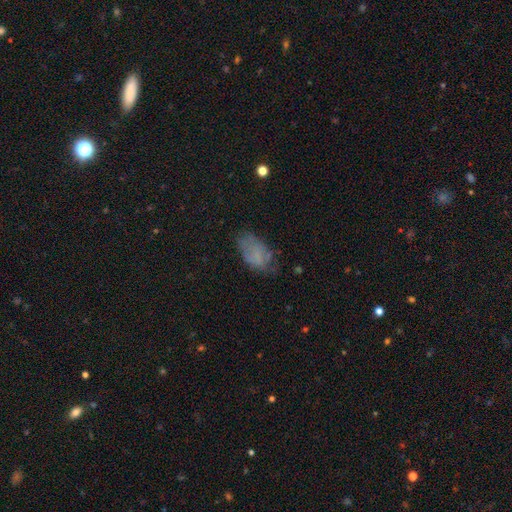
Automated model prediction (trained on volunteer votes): This is likely a smooth galaxy (63%). How rounded: clearly in between (92%). Merging: possibly none (56%).